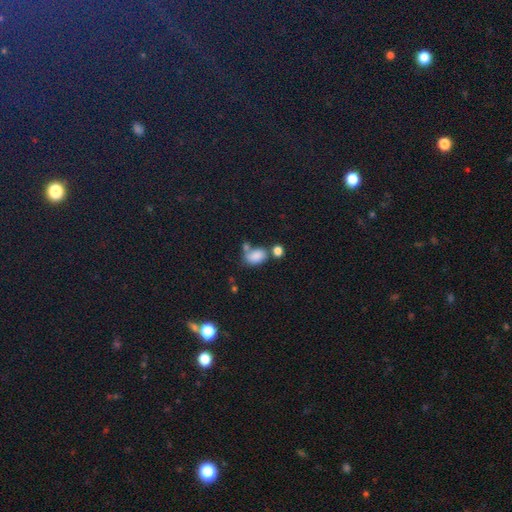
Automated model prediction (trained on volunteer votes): Smooth or featured? Predicted: smooth (p=0.82). How rounded? Predicted: in between (p=0.84). Merging? Predicted: none (p=0.44).